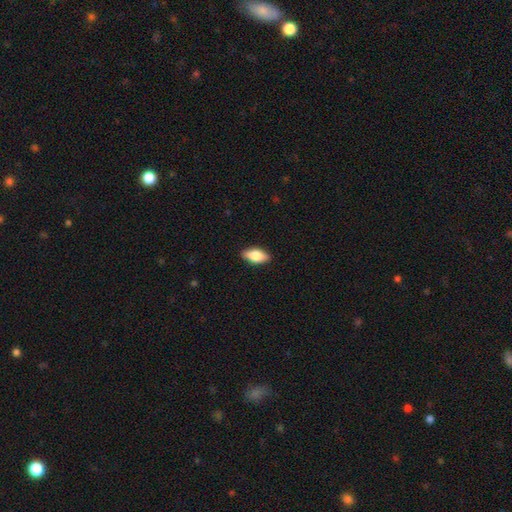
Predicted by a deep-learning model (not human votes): Smooth or featured?
  - smooth: 77% *
  - featured or disk: 17%
  - star or artifact: 7%
How rounded?
  - in between: 88% *
  - cigar-shaped: 8%
  - round: 4%
Merging?
  - none: 88% *
  - minor disturbance: 9%
  - major disturbance: 2%
  - merger: 1%